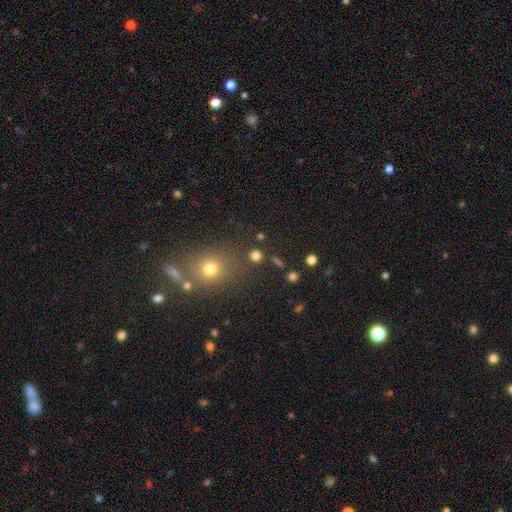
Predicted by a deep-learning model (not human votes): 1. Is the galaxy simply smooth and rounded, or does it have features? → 74% smooth, 20% star or artifact, 6% featured or disk.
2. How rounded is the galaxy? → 81% round, 17% in between, 2% cigar-shaped.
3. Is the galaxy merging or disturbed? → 82% none, 7% minor disturbance, 7% merger, 4% major disturbance.